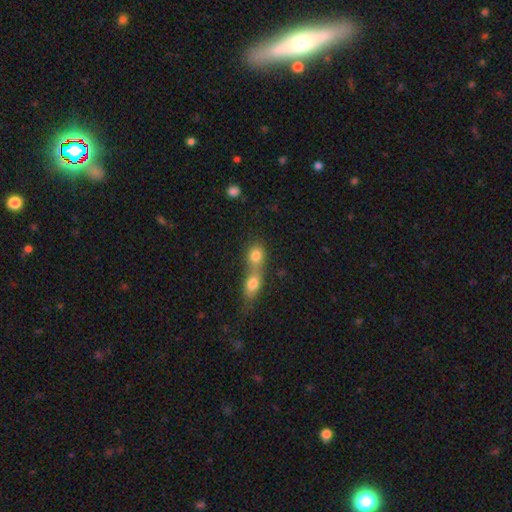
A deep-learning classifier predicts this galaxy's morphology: Smooth or featured? smooth (79%)
How rounded? round (56%)
Merging? merger (72%)